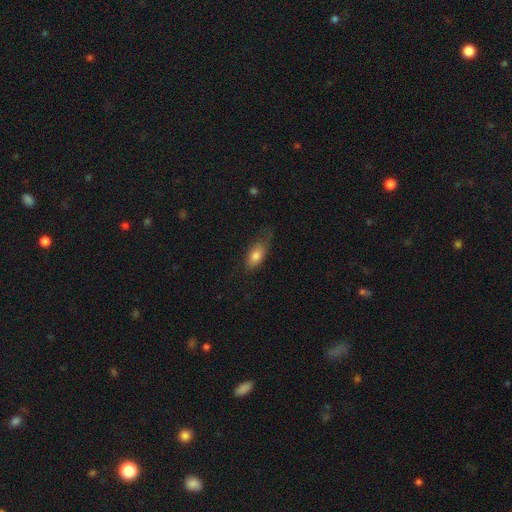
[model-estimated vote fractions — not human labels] Smooth or featured?
  - smooth: 78% *
  - featured or disk: 15%
  - star or artifact: 7%
How rounded?
  - in between: 84% *
  - cigar-shaped: 10%
  - round: 5%
Merging?
  - none: 53% *
  - minor disturbance: 30%
  - major disturbance: 15%
  - merger: 2%